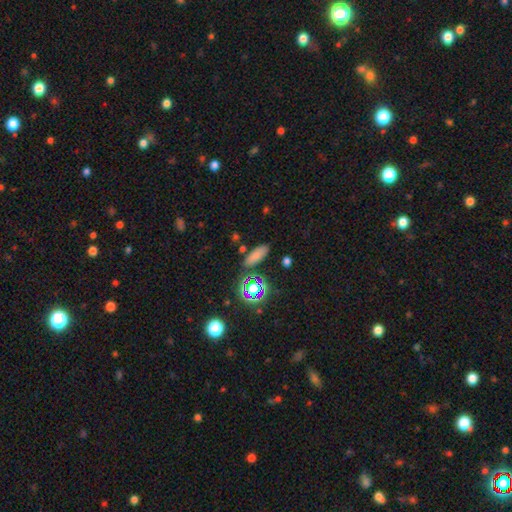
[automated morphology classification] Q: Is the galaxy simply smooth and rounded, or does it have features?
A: smooth — 72%.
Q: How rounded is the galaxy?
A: in between — 65%.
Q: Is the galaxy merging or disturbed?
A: none — 81%.